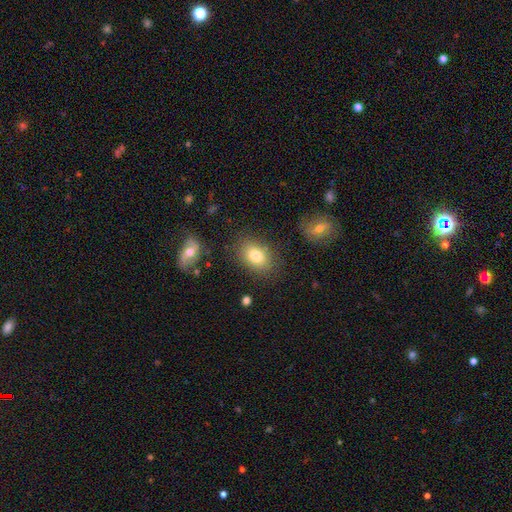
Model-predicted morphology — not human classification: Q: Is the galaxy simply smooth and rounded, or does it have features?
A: smooth — 80%.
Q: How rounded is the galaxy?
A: in between — 80%.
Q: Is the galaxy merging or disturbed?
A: none — 81%.